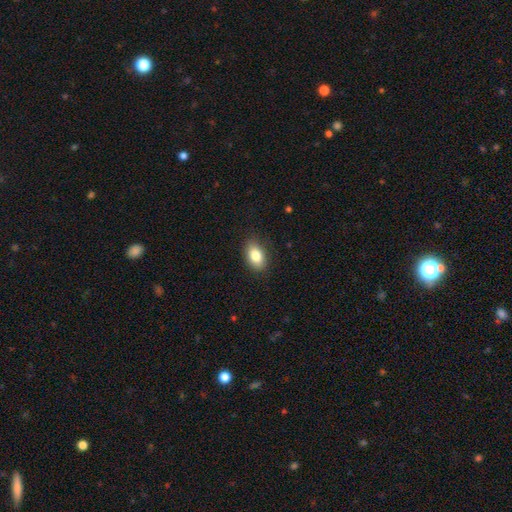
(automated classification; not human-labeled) Smooth or featured? smooth (83%)
How rounded? in between (89%)
Merging? none (86%)